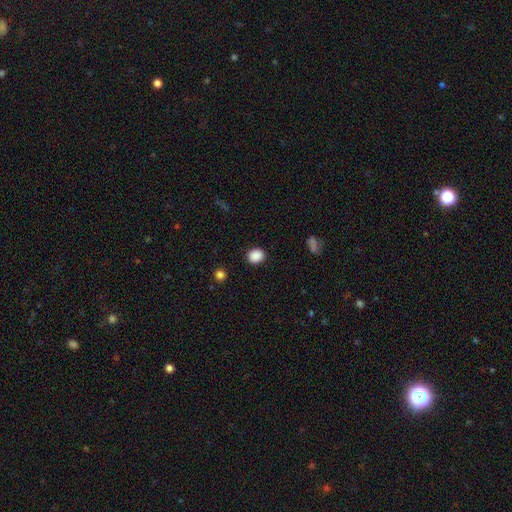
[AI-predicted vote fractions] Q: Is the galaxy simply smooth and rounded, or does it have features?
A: smooth — 88%.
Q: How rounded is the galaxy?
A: round — 72%.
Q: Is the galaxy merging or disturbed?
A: none — 89%.